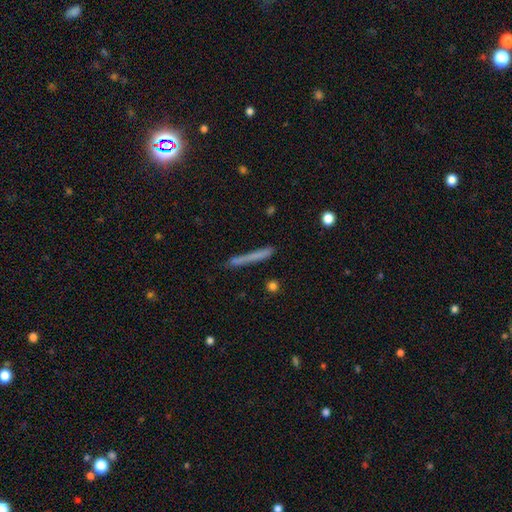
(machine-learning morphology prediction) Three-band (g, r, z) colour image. It shows a smooth galaxy with no disk features (69%) that is cigar-shaped (95%). Merging: none (74%).